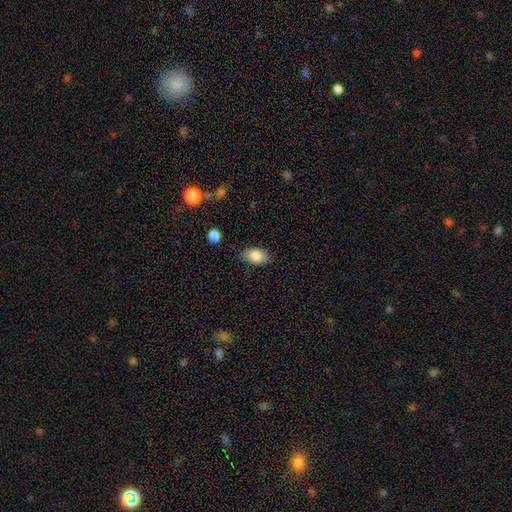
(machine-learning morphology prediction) smooth-or-featured: smooth: 82% | featured or disk: 11% | star or artifact: 7%
  how-rounded: in between: 91% | round: 7% | cigar-shaped: 2%
  merging: none: 82% | minor disturbance: 14% | major disturbance: 3% | merger: 2%